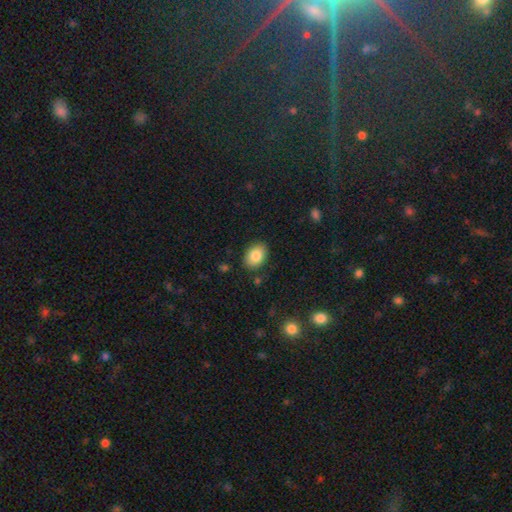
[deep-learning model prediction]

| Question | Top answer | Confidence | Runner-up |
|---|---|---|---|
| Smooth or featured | smooth | 84% | featured or disk (8%) |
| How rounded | in between | 78% | round (21%) |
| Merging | none | 86% | minor disturbance (10%) |